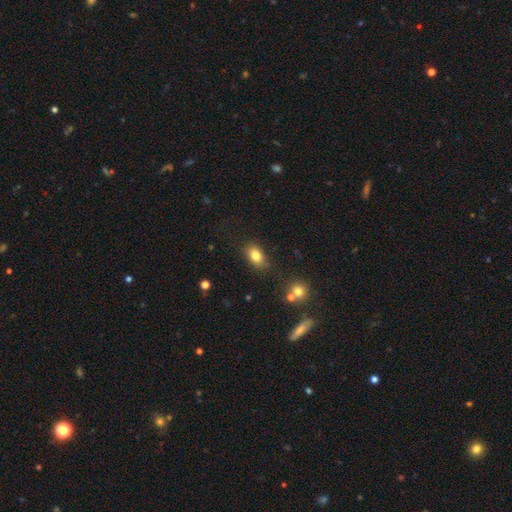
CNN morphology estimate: Overall: smooth (81%). How rounded: in between (80%). Merging: none (78%).